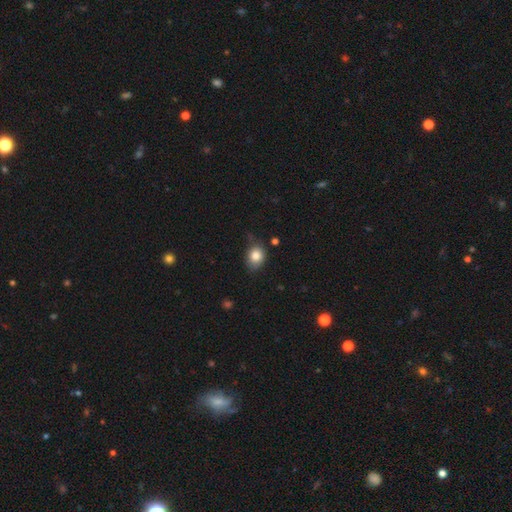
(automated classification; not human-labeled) This appears to be a smooth galaxy with no disk features (83%) that is in between round and cigar-shaped (53%). Merging: none (67%).